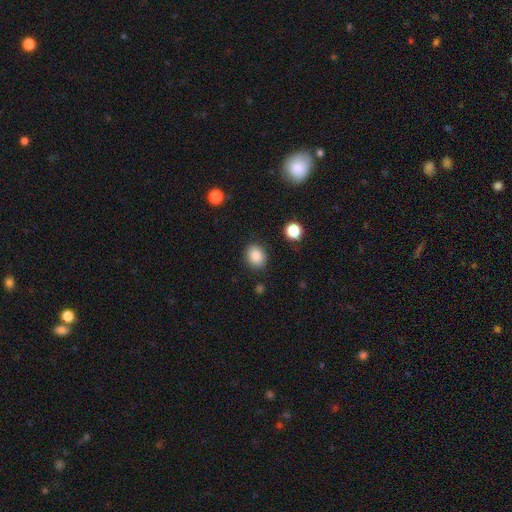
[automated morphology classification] smooth-or-featured: smooth: 87% | star or artifact: 9% | featured or disk: 4%
  how-rounded: round: 54% | in between: 45% | cigar-shaped: 1%
  merging: none: 85% | minor disturbance: 10% | major disturbance: 3% | merger: 2%